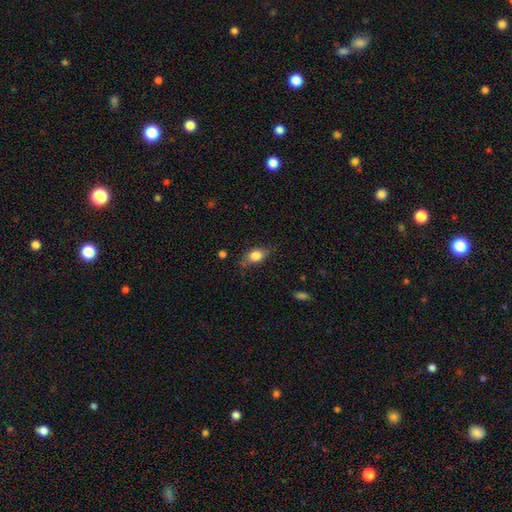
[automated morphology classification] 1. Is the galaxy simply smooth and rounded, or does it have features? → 76% smooth, 16% featured or disk, 8% star or artifact.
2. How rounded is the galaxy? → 75% in between, 18% round, 7% cigar-shaped.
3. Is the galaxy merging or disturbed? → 68% none, 24% minor disturbance, 6% major disturbance, 2% merger.